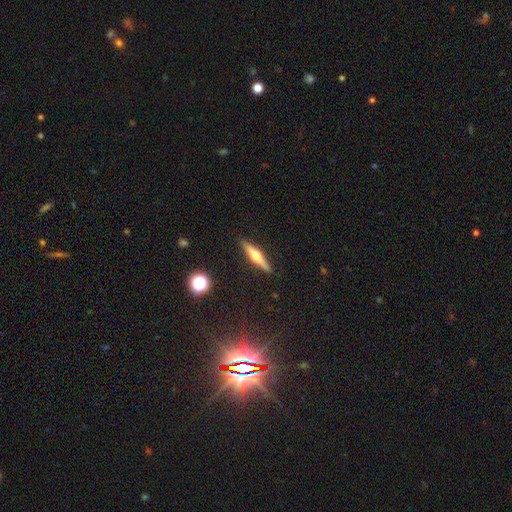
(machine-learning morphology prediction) Smooth or featured: featured or disk — 63% (smooth — 30%)
Edge-on disk: yes — 97% (no — 3%)
Edge-on bulge: rounded — 93% (boxy — 4%)
Merging: none — 90% (minor disturbance — 7%)